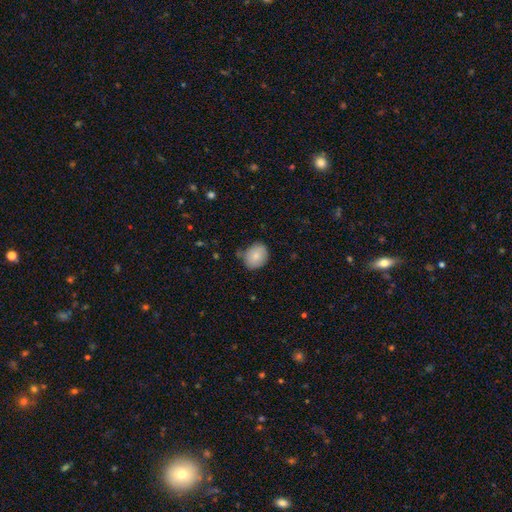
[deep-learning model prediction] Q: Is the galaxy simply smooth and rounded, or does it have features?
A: smooth — 82%.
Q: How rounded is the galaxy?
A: round — 54%.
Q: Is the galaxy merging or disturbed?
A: none — 68%.